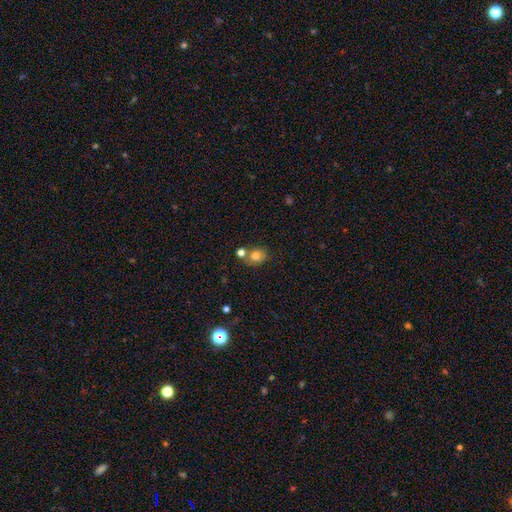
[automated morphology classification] smooth-or-featured: smooth: 79% | star or artifact: 12% | featured or disk: 9%
  how-rounded: round: 70% | in between: 29% | cigar-shaped: 1%
  merging: none: 62% | merger: 23% | minor disturbance: 12% | major disturbance: 4%